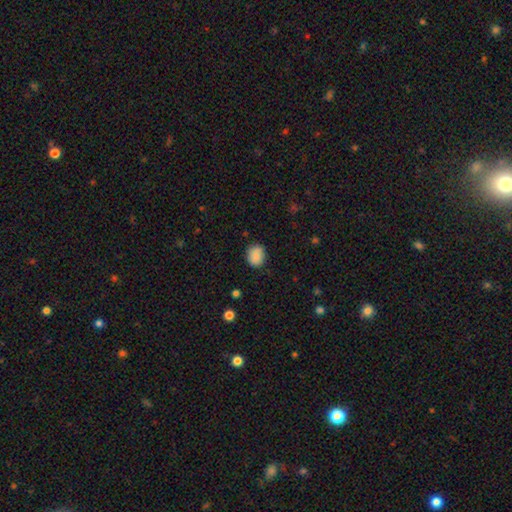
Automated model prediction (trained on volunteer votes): Smooth or featured: smooth — 86% (star or artifact — 8%)
How rounded: round — 57% (in between — 42%)
Merging: none — 80% (minor disturbance — 16%)